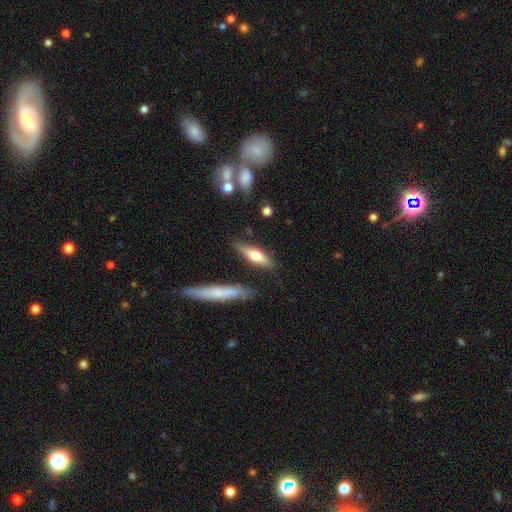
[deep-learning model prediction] A smooth galaxy with no disk features (58%) that is cigar-shaped (62%).

Vote fractions:
- Smooth or featured? smooth: 58% / featured or disk: 36% / star or artifact: 6%
- How rounded? cigar-shaped: 62% / in between: 35% / round: 2%
- Merging? none: 80% / minor disturbance: 12% / merger: 5% / major disturbance: 3%